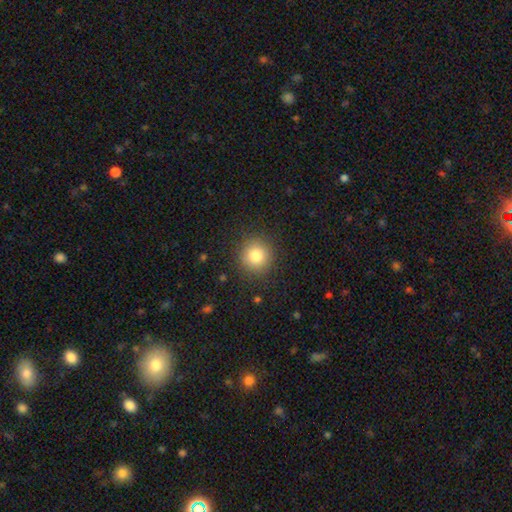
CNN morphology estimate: A smooth galaxy with no disk features (81%) that is round (93%).

Vote fractions:
- Smooth or featured? smooth: 81% / star or artifact: 11% / featured or disk: 7%
- How rounded? round: 93% / in between: 6% / cigar-shaped: 1%
- Merging? none: 89% / minor disturbance: 7% / major disturbance: 3% / merger: 1%